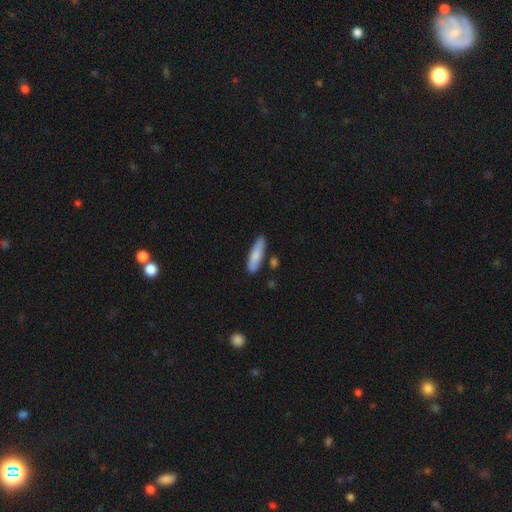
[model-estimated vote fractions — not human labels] This is likely a smooth galaxy (79%). How rounded: likely cigar-shaped (68%). Merging: likely none (80%).